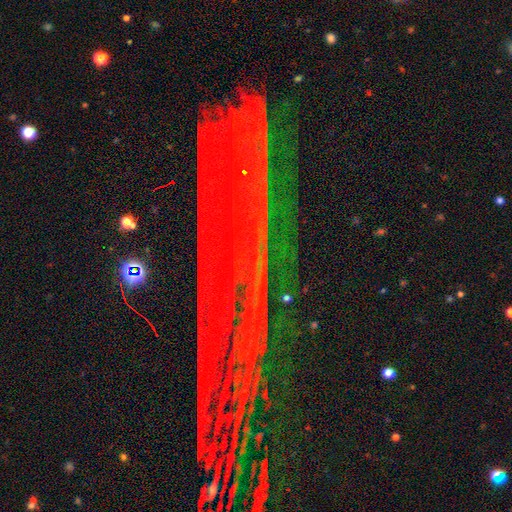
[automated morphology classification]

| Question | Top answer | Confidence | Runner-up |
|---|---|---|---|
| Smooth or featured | star or artifact | 87% | featured or disk (8%) |